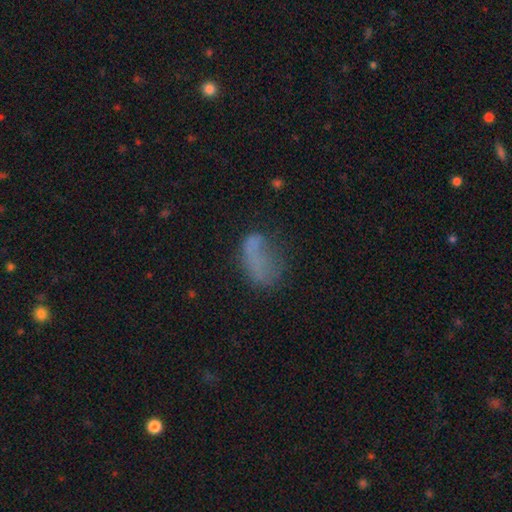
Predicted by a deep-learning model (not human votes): Smooth or featured: smooth — 58% (featured or disk — 26%)
How rounded: in between — 85% (round — 11%)
Merging: none — 36% (major disturbance — 33%)